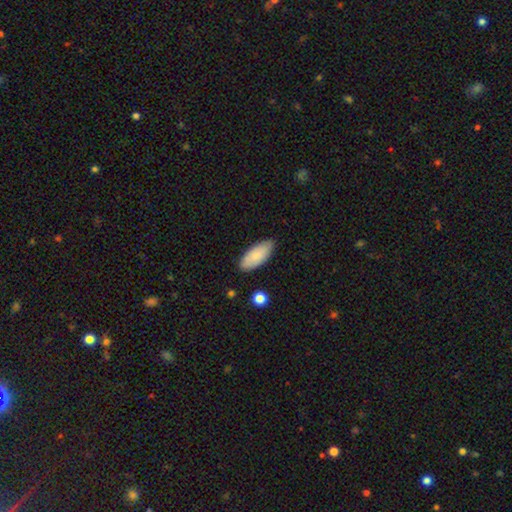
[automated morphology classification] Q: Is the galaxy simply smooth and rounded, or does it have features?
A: smooth — 82%.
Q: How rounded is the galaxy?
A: in between — 88%.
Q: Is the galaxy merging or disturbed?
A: none — 83%.